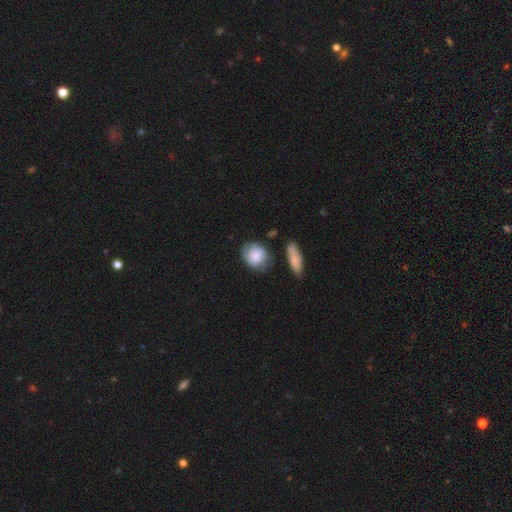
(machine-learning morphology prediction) A smooth galaxy with no disk features (66%) that is round (61%).

Vote fractions:
- Smooth or featured? smooth: 66% / featured or disk: 27% / star or artifact: 7%
- How rounded? round: 61% / in between: 37% / cigar-shaped: 2%
- Merging? none: 60% / minor disturbance: 26% / major disturbance: 8% / merger: 6%